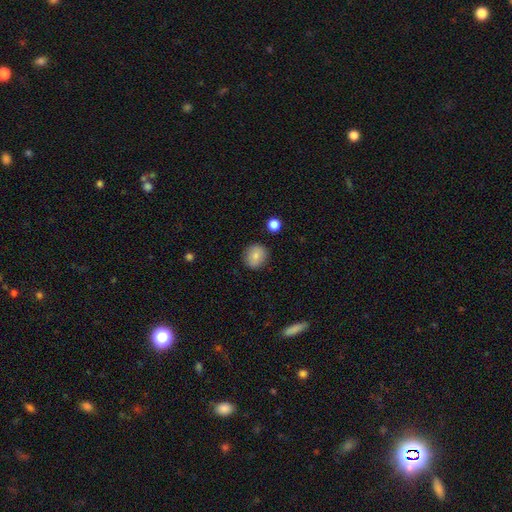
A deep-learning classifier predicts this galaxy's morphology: This is clearly a smooth galaxy (83%). How rounded: clearly round (86%). Merging: clearly none (88%).